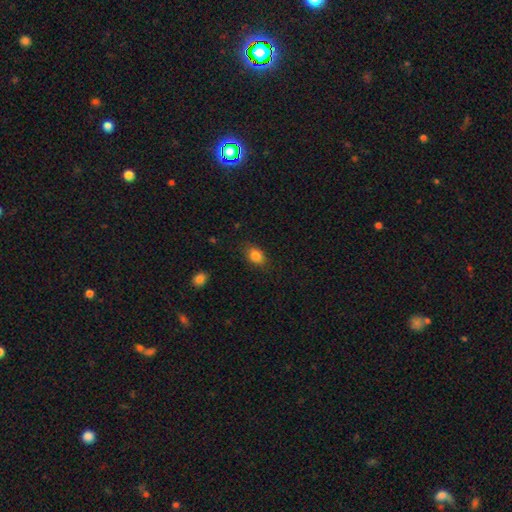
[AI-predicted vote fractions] Q: Smooth or featured?
A: smooth (84%); runner-up: star or artifact (9%)
Q: How rounded?
A: in between (77%); runner-up: round (22%)
Q: Merging?
A: none (84%); runner-up: minor disturbance (12%)